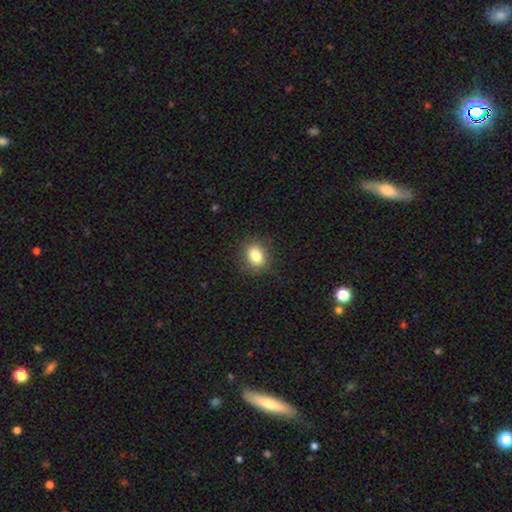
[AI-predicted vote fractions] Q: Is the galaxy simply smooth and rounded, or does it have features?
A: smooth — 83%.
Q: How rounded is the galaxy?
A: in between — 56%.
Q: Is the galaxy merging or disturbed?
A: none — 87%.